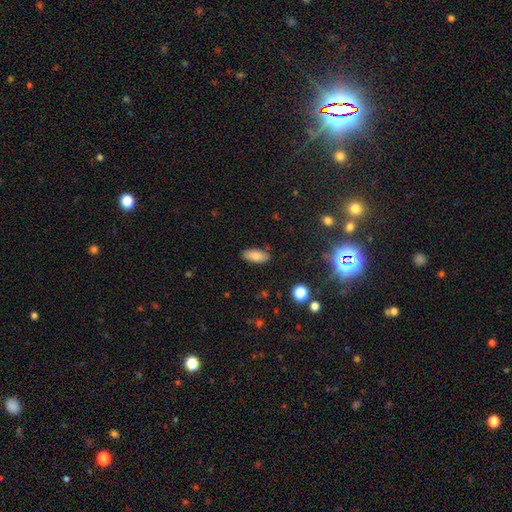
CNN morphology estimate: The model was most divided on "smooth or featured": smooth: 83%, featured or disk: 9%, star or artifact: 8%. More confident: how rounded — in between (87%); merging — none (85%).